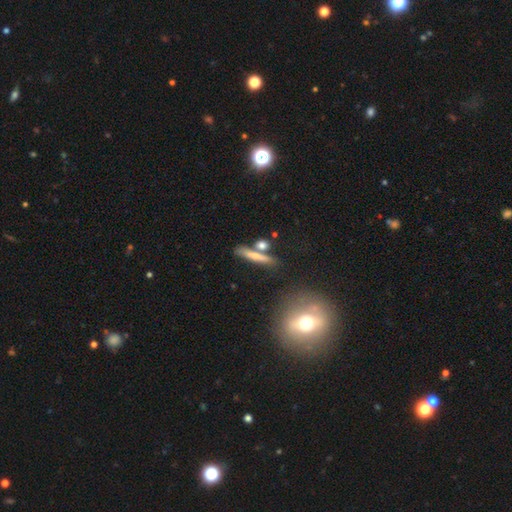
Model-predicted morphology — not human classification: Smooth or featured?
  - smooth: 64% *
  - featured or disk: 27%
  - star or artifact: 9%
How rounded?
  - cigar-shaped: 78% *
  - in between: 14%
  - round: 8%
Merging?
  - none: 68% *
  - merger: 17%
  - minor disturbance: 11%
  - major disturbance: 4%